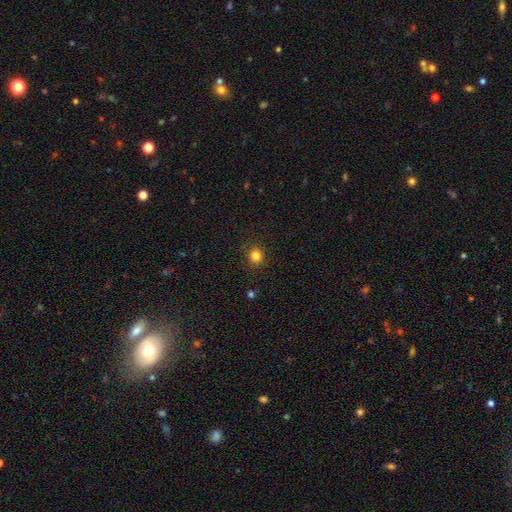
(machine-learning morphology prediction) The model was most divided on "smooth or featured": smooth: 83%, star or artifact: 13%, featured or disk: 4%. More confident: merging — none (89%); how rounded — round (89%).